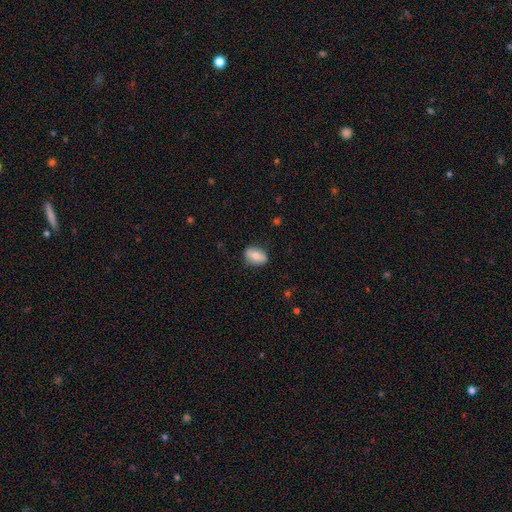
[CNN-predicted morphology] Smooth or featured? Predicted: smooth (p=0.66). How rounded? Predicted: in between (p=0.82). Merging? Predicted: none (p=0.82).